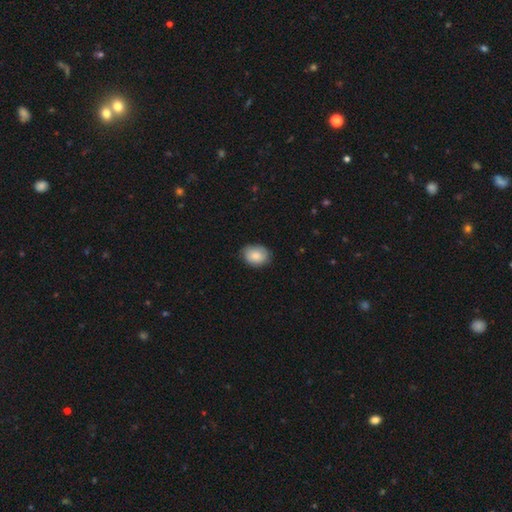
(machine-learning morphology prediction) The model was most divided on "how rounded": in between: 63%, round: 36%, cigar-shaped: 1%. More confident: smooth or featured — smooth (82%); merging — none (79%).